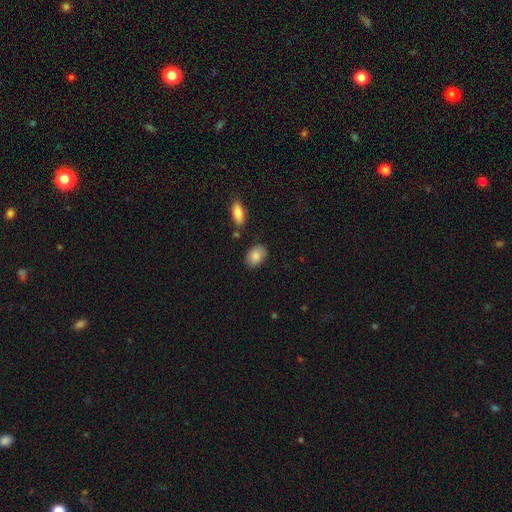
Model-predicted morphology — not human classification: type=smooth (86%); roundness=in between (81%); merging=none (81%).